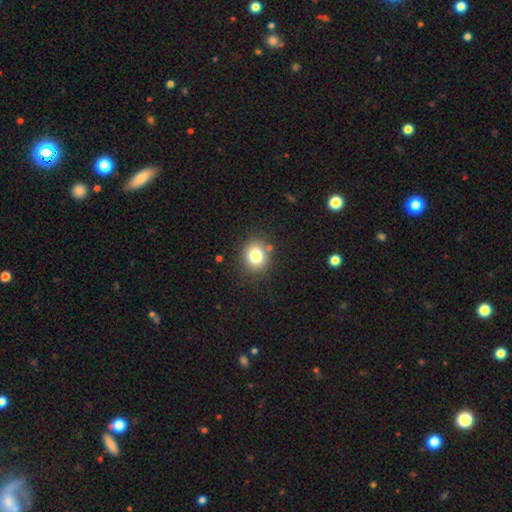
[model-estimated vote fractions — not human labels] This appears to be a smooth galaxy with no disk features (79%) that is round (74%). Merging: none (85%).